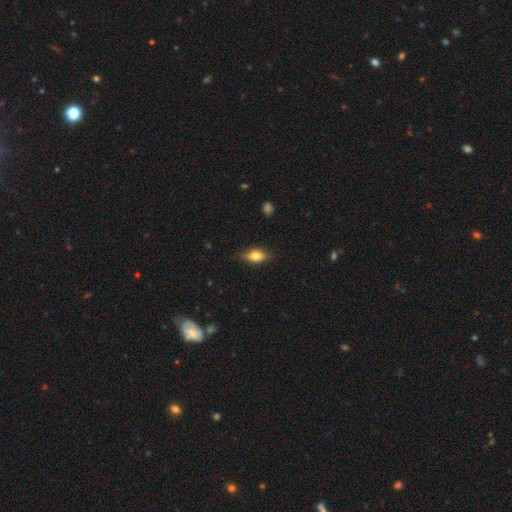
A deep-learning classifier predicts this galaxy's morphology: Smooth or featured?
  - smooth: 64% *
  - featured or disk: 28%
  - star or artifact: 8%
How rounded?
  - in between: 78% *
  - cigar-shaped: 16%
  - round: 7%
Merging?
  - none: 80% *
  - minor disturbance: 16%
  - major disturbance: 3%
  - merger: 1%